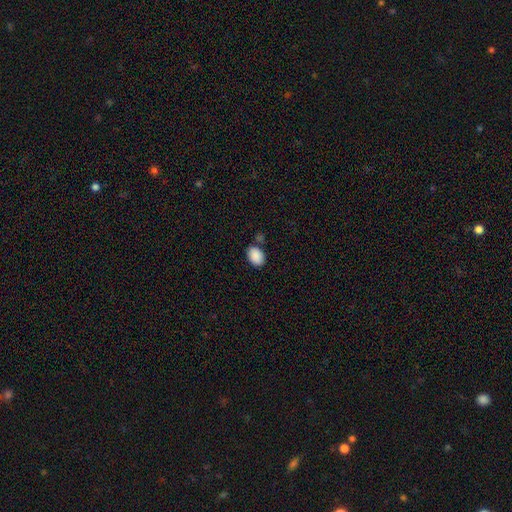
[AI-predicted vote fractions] This appears to be a smooth galaxy with no disk features (89%) that is in between round and cigar-shaped (79%). Merging: none (74%).